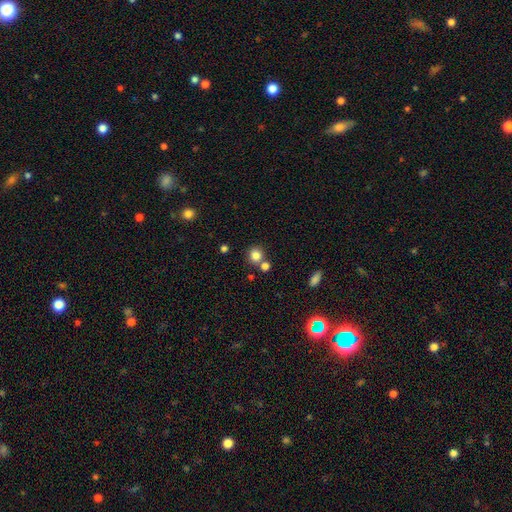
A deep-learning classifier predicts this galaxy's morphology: This appears to be a smooth galaxy with no disk features (82%) that is round (87%). Merging: none (67%).